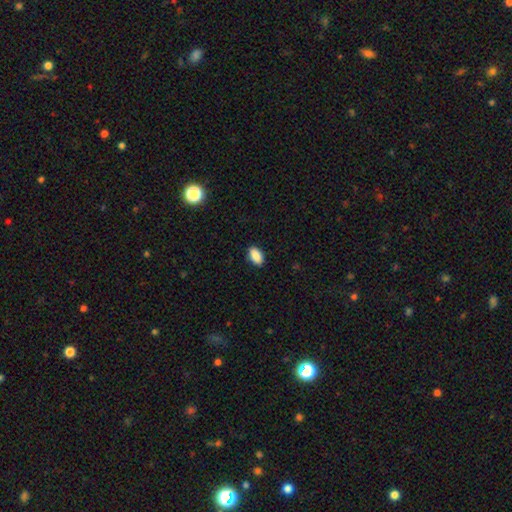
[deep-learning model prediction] Overall: smooth (89%). How rounded: in between (92%). Merging: none (88%).